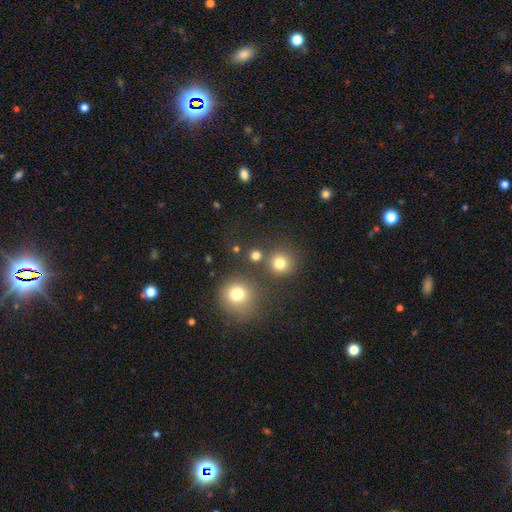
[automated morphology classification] Smooth or featured? Predicted: smooth (p=0.76). How rounded? Predicted: round (p=0.91). Merging? Predicted: none (p=0.78).